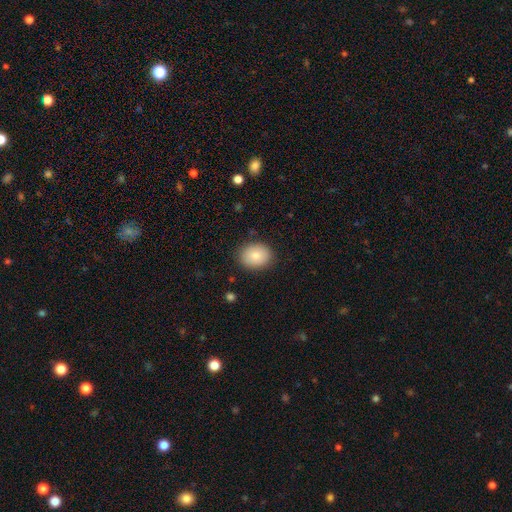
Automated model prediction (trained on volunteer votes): Q: Smooth or featured?
A: smooth (84%); runner-up: featured or disk (9%)
Q: How rounded?
A: in between (50%); runner-up: round (49%)
Q: Merging?
A: none (86%); runner-up: minor disturbance (10%)